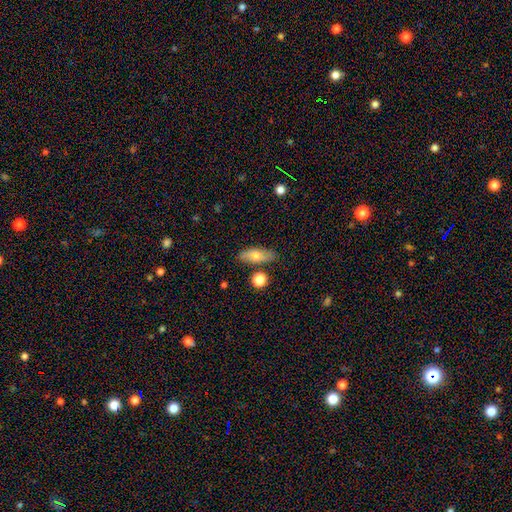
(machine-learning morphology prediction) A smooth galaxy with no disk features (67%) that is in between round and cigar-shaped (69%). Merging: none (80%).